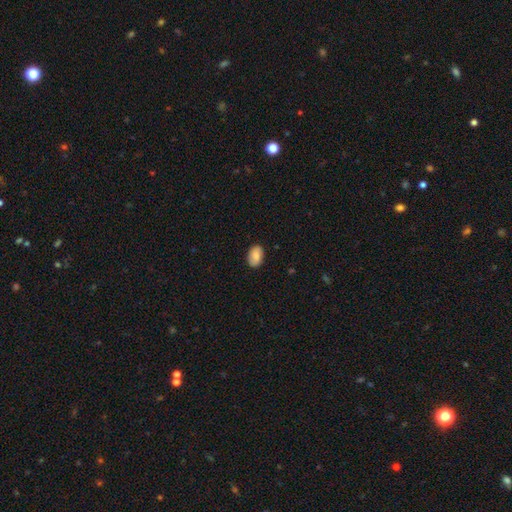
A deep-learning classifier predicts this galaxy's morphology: Overall: smooth (84%). How rounded: in between (89%). Merging: none (87%).